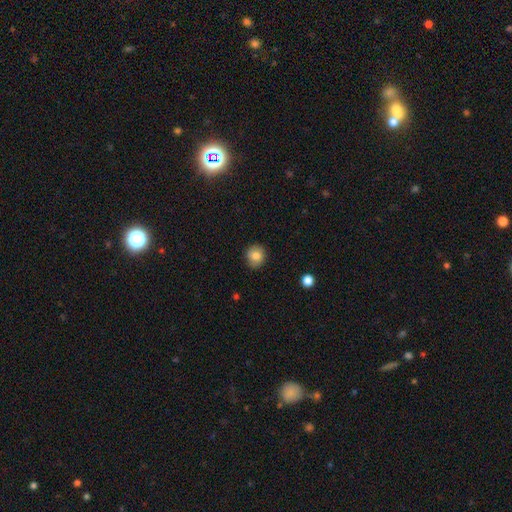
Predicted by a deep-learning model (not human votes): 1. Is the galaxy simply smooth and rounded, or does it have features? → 81% smooth, 10% featured or disk, 9% star or artifact.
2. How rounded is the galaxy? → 85% round, 14% in between, 1% cigar-shaped.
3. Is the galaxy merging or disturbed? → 83% none, 13% minor disturbance, 3% major disturbance, 1% merger.